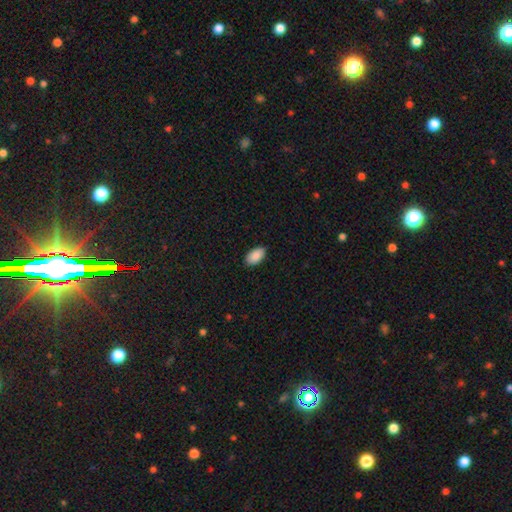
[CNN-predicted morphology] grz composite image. It shows a smooth galaxy with no disk features (89%) that is in between round and cigar-shaped (95%). Merging: none (86%).